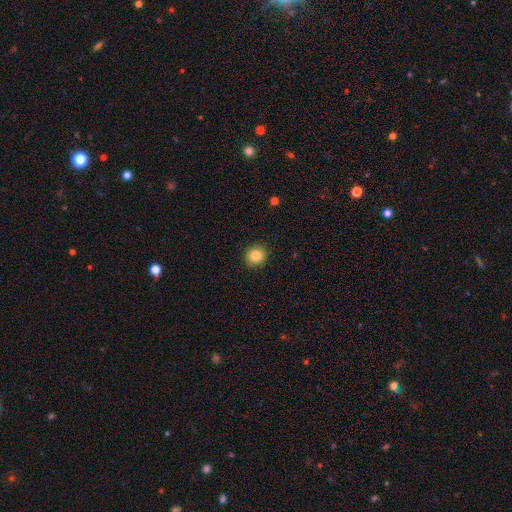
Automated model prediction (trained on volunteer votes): Morphology: type=smooth (84%); roundness=round (87%); merging=none (91%).